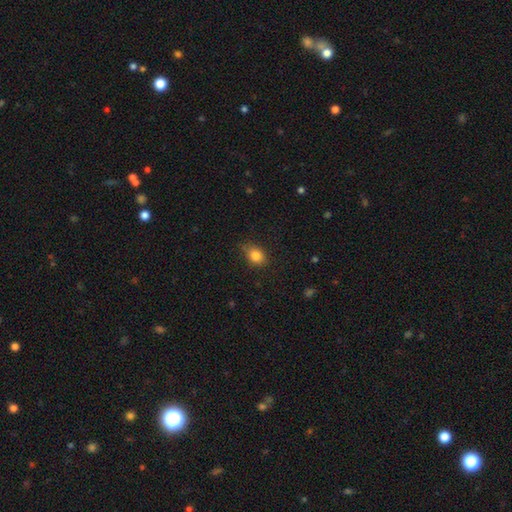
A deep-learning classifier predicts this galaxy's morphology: smooth-or-featured: smooth: 84% | star or artifact: 10% | featured or disk: 6%
  how-rounded: in between: 58% | round: 41% | cigar-shaped: 1%
  merging: none: 71% | minor disturbance: 23% | major disturbance: 5% | merger: 1%